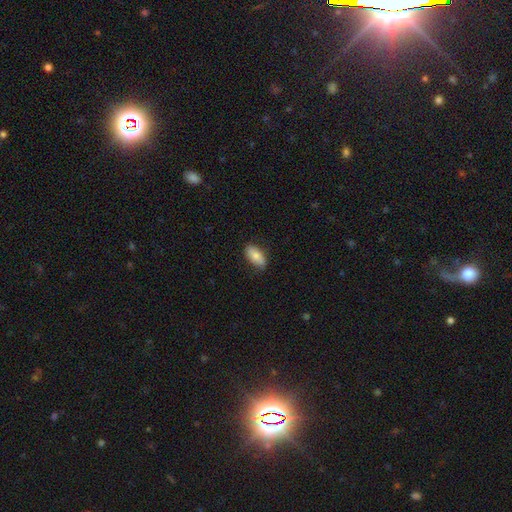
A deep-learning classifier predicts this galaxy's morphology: smooth_or_featured: smooth (p=0.78) [alt: featured or disk p=0.15]
how_rounded: in between (p=0.92) [alt: cigar-shaped p=0.06]
merging: none (p=0.83) [alt: minor disturbance p=0.14]